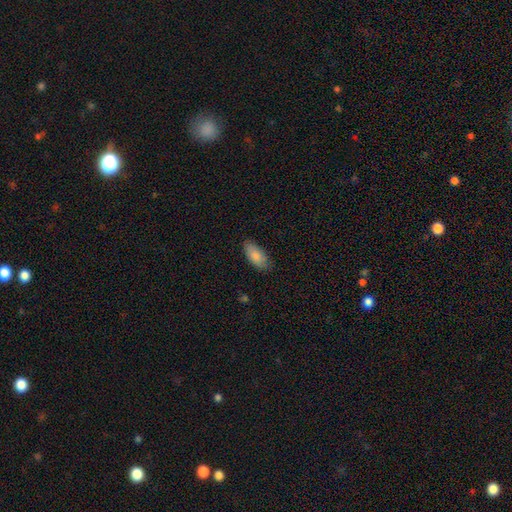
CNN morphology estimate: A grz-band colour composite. It shows a smooth galaxy with no disk features (85%) that is in between round and cigar-shaped (89%). Merging: none (82%).